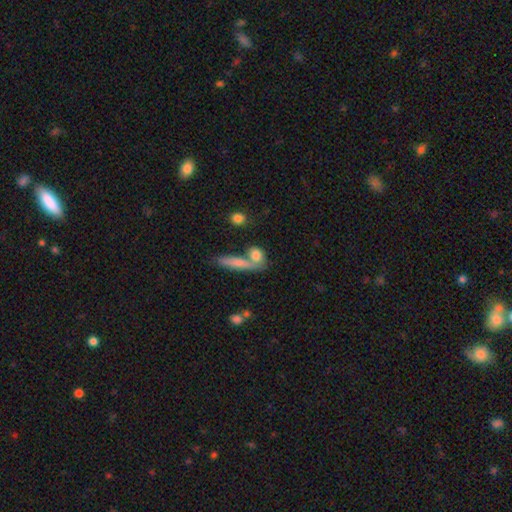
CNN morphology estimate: Smooth or featured?
  - smooth: 76% *
  - featured or disk: 15%
  - star or artifact: 9%
How rounded?
  - in between: 45% *
  - round: 30%
  - cigar-shaped: 25%
Merging?
  - none: 51% *
  - merger: 31%
  - minor disturbance: 13%
  - major disturbance: 6%